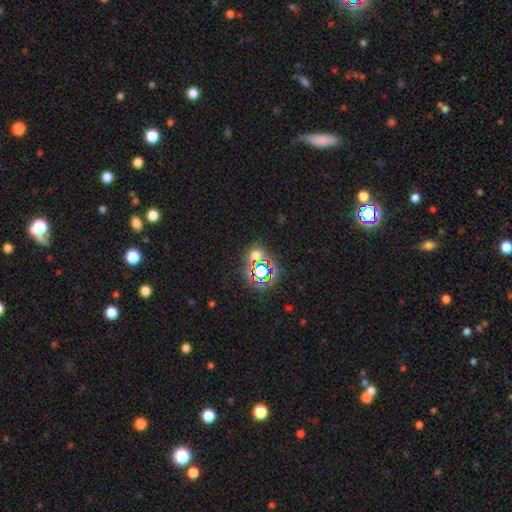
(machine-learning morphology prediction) This is possibly a star or artifact rather than a galaxy (54%).